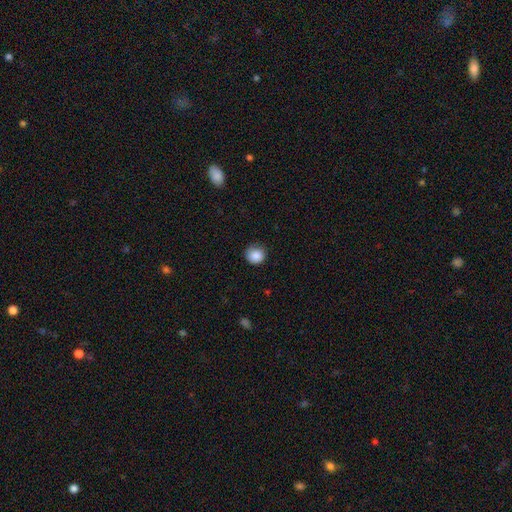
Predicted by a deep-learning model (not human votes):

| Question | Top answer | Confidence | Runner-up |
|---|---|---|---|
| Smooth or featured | smooth | 87% | star or artifact (9%) |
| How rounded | round | 91% | in between (9%) |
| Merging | none | 77% | minor disturbance (18%) |